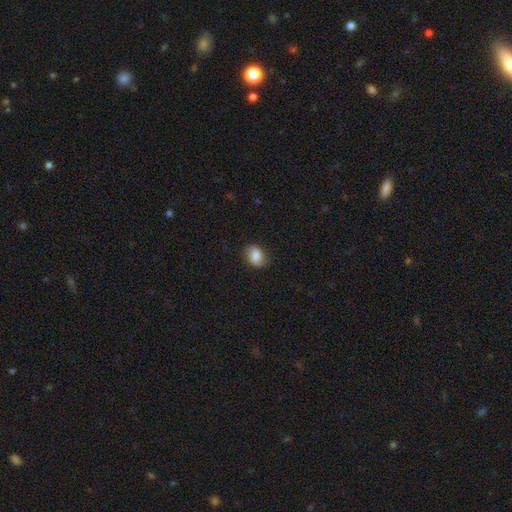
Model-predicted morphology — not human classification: Smooth or featured?
  - smooth: 79% *
  - featured or disk: 13%
  - star or artifact: 8%
How rounded?
  - in between: 70% *
  - round: 29%
  - cigar-shaped: 1%
Merging?
  - none: 80% *
  - minor disturbance: 15%
  - major disturbance: 4%
  - merger: 1%